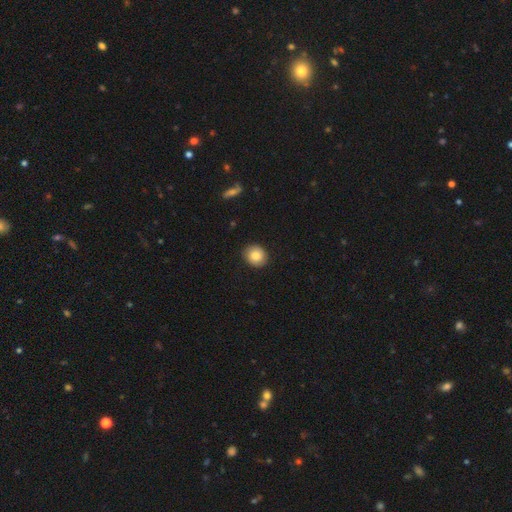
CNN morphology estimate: Smooth or featured? Predicted: smooth (p=0.83). How rounded? Predicted: round (p=0.79). Merging? Predicted: none (p=0.87).